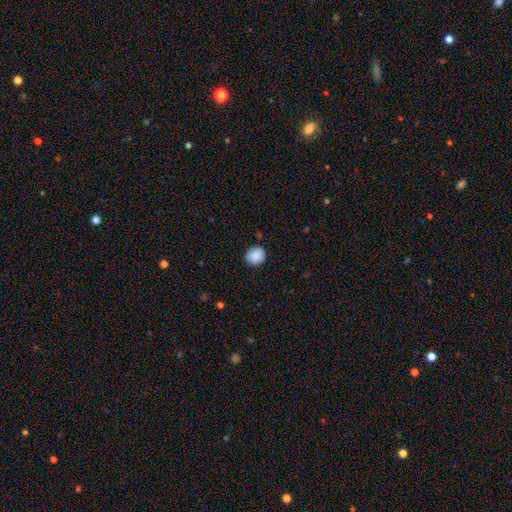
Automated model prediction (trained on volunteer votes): Q: Smooth or featured?
A: smooth (88%); runner-up: star or artifact (8%)
Q: How rounded?
A: round (80%); runner-up: in between (19%)
Q: Merging?
A: none (84%); runner-up: minor disturbance (12%)